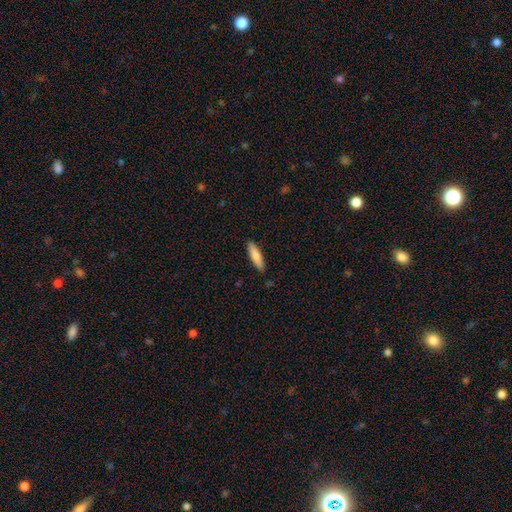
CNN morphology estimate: Smooth or featured? smooth (82%)
How rounded? cigar-shaped (74%)
Merging? none (88%)